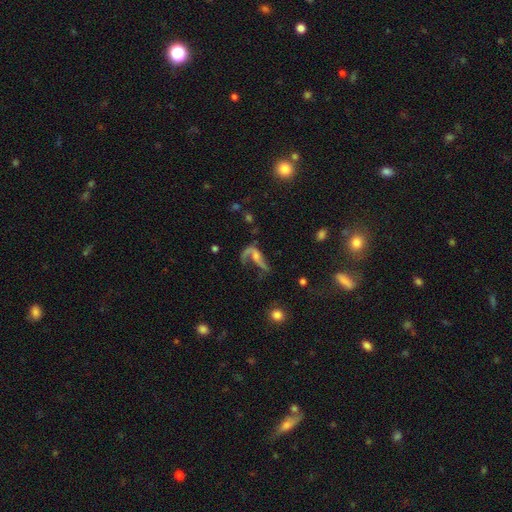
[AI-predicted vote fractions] Q: Smooth or featured?
A: featured or disk (74%); runner-up: smooth (15%)
Q: Edge-on disk?
A: no (86%); runner-up: yes (14%)
Q: Bar?
A: no (57%); runner-up: weak (27%)
Q: Spiral arms?
A: yes (82%); runner-up: no (18%)
Q: Spiral winding?
A: loose (83%); runner-up: medium (13%)
Q: Spiral arm count?
A: 2 (60%); runner-up: 1 (31%)
Q: Bulge size?
A: small (47%); runner-up: moderate (33%)
Q: Merging?
A: major disturbance (40%); runner-up: none (34%)